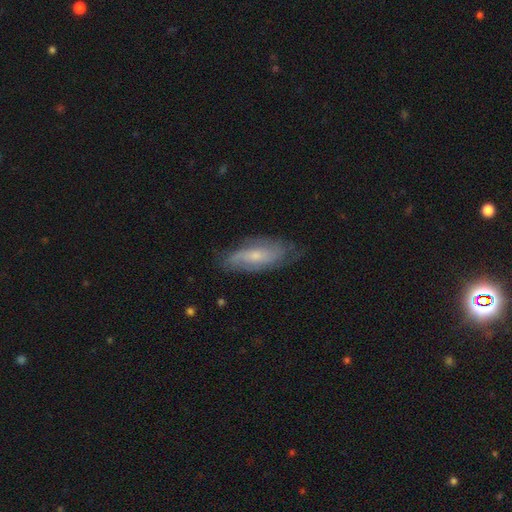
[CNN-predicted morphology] A featured or disk galaxy (62%) with no bar (59%), spiral arms (85%) and a small central bulge (54%). Merging: none (70%).